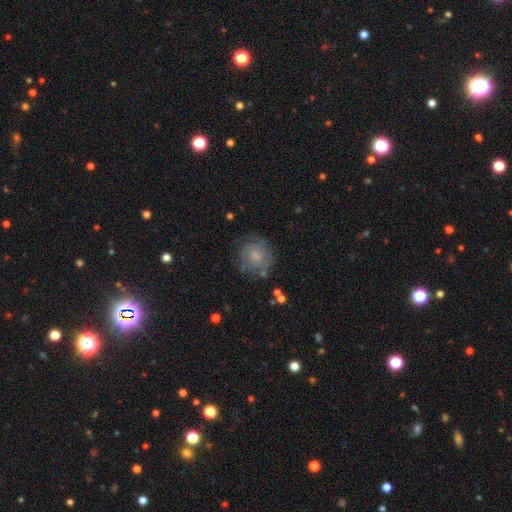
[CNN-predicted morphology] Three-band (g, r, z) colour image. It shows a smooth galaxy with no disk features (49%). Merging: none (68%).